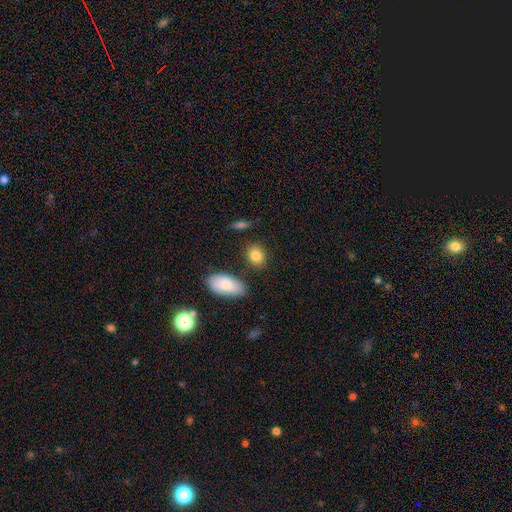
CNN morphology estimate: Overall: smooth (85%). How rounded: in between (61%; round 37%). Merging: none (81%).